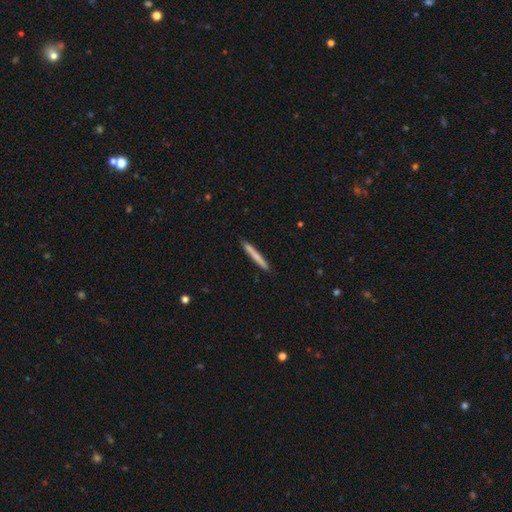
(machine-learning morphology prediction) smooth-or-featured: smooth: 67% | featured or disk: 27% | star or artifact: 6%
  how-rounded: cigar-shaped: 97% | in between: 2% | round: 1%
  merging: none: 90% | minor disturbance: 7% | merger: 1% | major disturbance: 1%